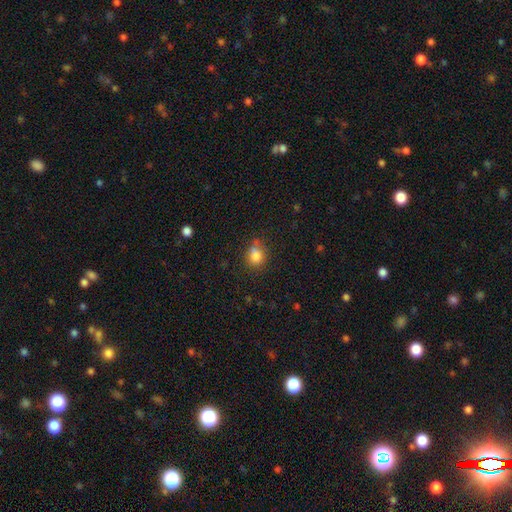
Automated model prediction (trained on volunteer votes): Smooth or featured?
  - smooth: 81% *
  - star or artifact: 11%
  - featured or disk: 7%
How rounded?
  - round: 59% *
  - in between: 40%
  - cigar-shaped: 1%
Merging?
  - none: 60% *
  - minor disturbance: 24%
  - merger: 9%
  - major disturbance: 7%